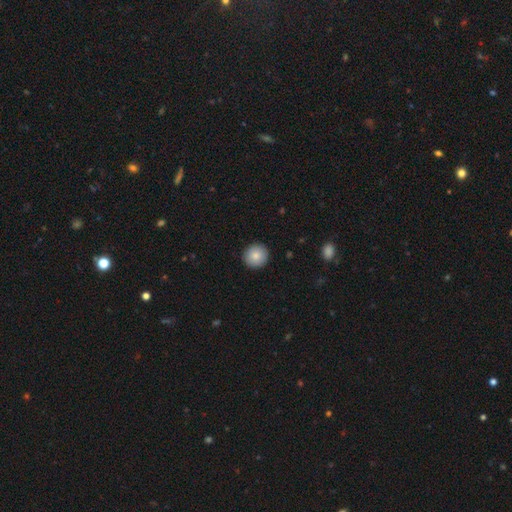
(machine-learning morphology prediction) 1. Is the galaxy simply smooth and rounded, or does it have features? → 85% smooth, 8% star or artifact, 7% featured or disk.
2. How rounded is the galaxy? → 94% round, 5% in between, 1% cigar-shaped.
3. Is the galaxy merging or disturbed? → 92% none, 5% minor disturbance, 2% major disturbance, 1% merger.